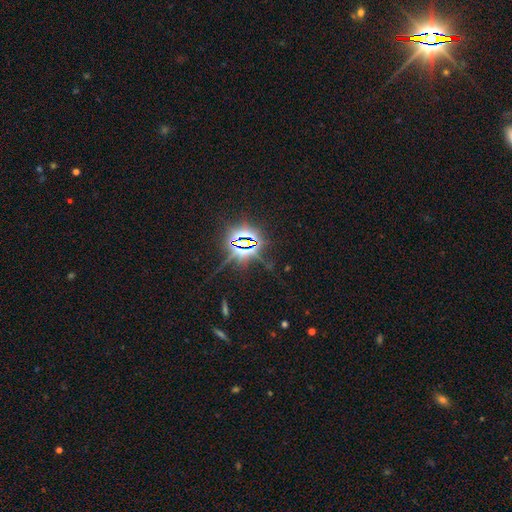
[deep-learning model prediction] This appears to be a star or artifact, not a galaxy (83%).